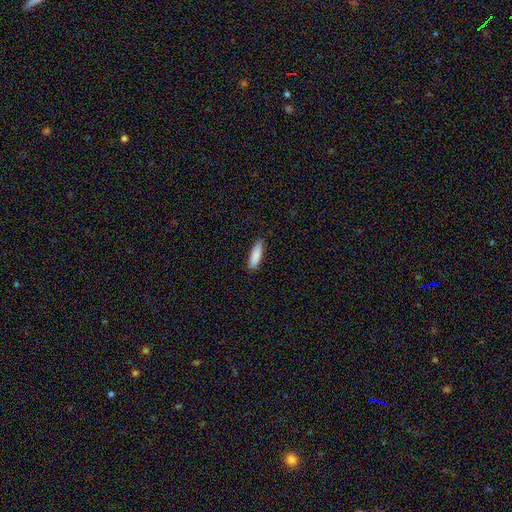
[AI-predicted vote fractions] smooth-or-featured: smooth: 87% | featured or disk: 7% | star or artifact: 6%
  how-rounded: cigar-shaped: 59% | in between: 40% | round: 1%
  merging: none: 86% | minor disturbance: 11% | major disturbance: 2% | merger: 1%